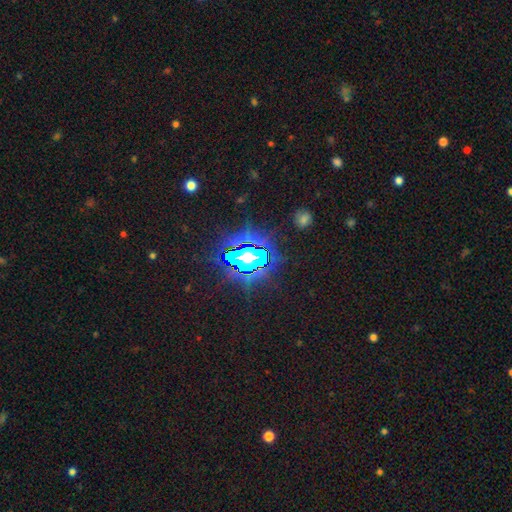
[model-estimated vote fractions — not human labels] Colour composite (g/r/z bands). It shows a star or artifact, not a galaxy (83%).